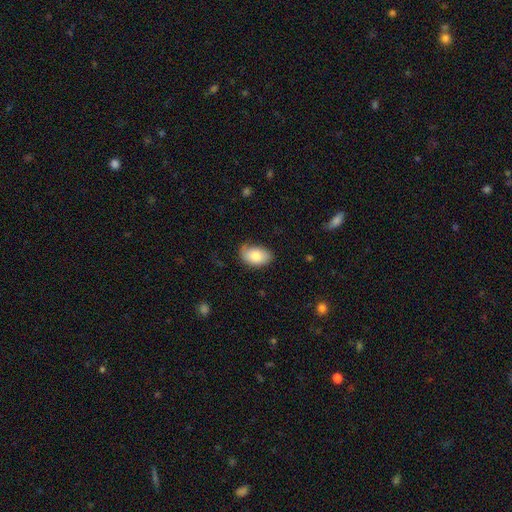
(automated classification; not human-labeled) smooth_or_featured: smooth (p=0.79) [alt: featured or disk p=0.14]
how_rounded: in between (p=0.90) [alt: round p=0.08]
merging: none (p=0.68) [alt: minor disturbance p=0.26]